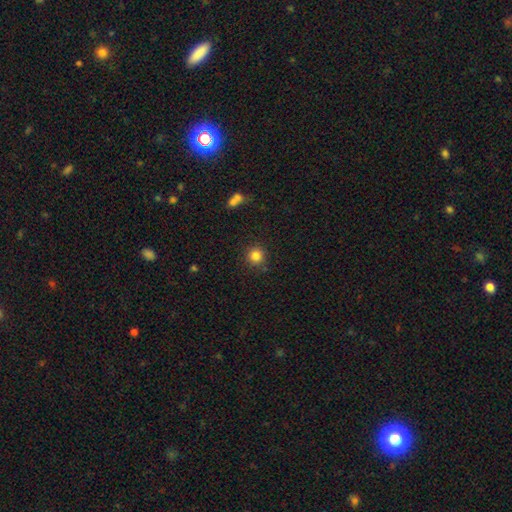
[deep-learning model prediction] Q: Smooth or featured?
A: smooth (83%); runner-up: star or artifact (12%)
Q: How rounded?
A: round (94%); runner-up: in between (6%)
Q: Merging?
A: none (87%); runner-up: minor disturbance (8%)